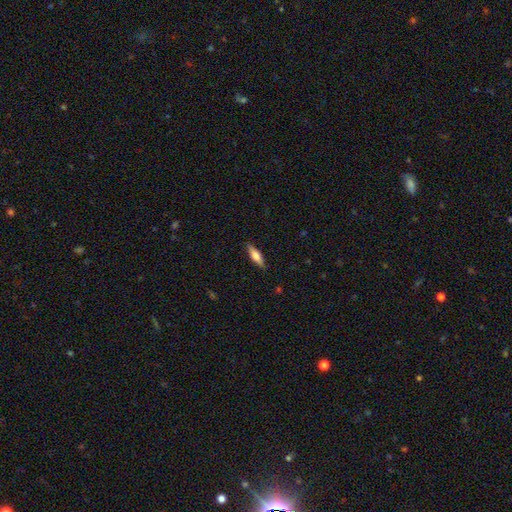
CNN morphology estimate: smooth_or_featured: smooth (p=0.60) [alt: featured or disk p=0.34]
how_rounded: cigar-shaped (p=0.58) [alt: in between p=0.39]
merging: none (p=0.88) [alt: minor disturbance p=0.09]